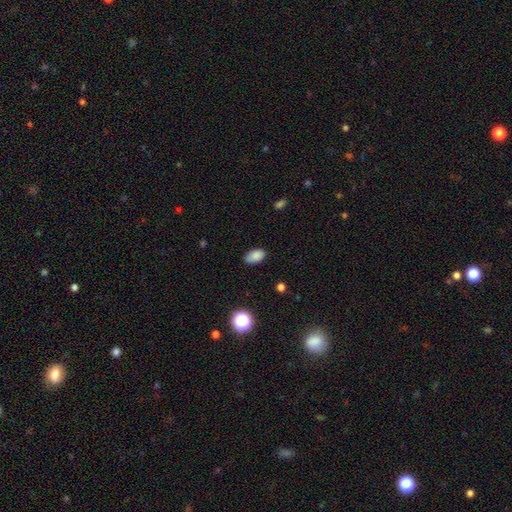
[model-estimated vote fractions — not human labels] The model was most divided on "merging": none: 81%, minor disturbance: 15%, major disturbance: 3%, merger: 1%. More confident: how rounded — in between (92%); smooth or featured — smooth (85%).